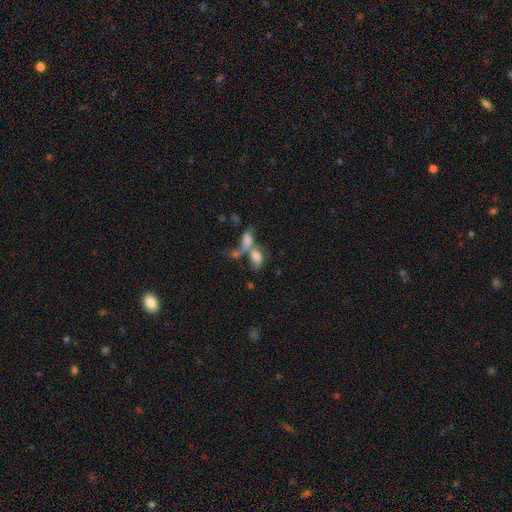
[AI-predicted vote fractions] smooth-or-featured: smooth: 57% | featured or disk: 30% | star or artifact: 14%
  how-rounded: in between: 84% | round: 10% | cigar-shaped: 6%
  merging: merger: 65% | none: 15% | major disturbance: 13% | minor disturbance: 7%